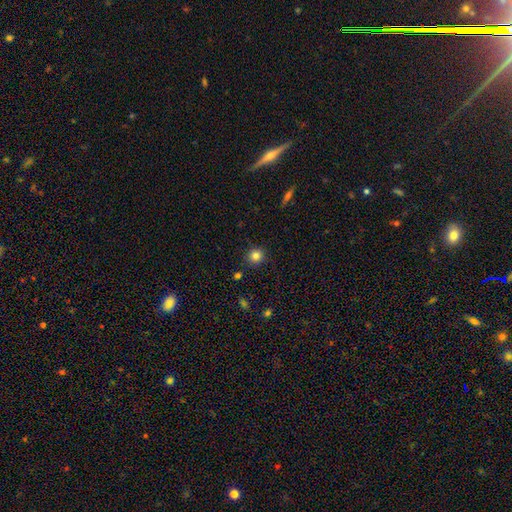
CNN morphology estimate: This is clearly a smooth galaxy (82%). How rounded: clearly round (92%). Merging: clearly none (90%).